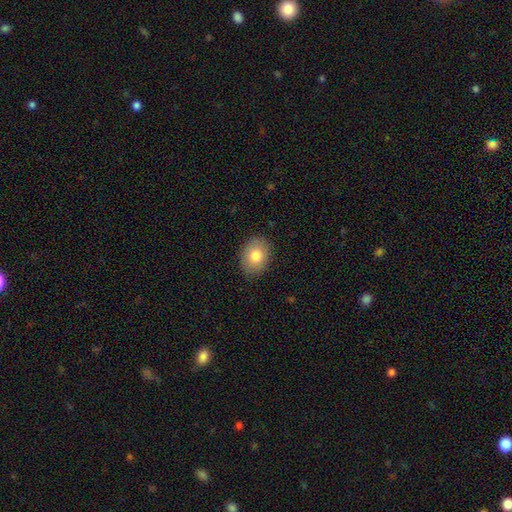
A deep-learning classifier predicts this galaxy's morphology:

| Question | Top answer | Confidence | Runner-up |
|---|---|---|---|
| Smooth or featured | smooth | 81% | featured or disk (12%) |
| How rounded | in between | 63% | round (36%) |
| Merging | none | 87% | minor disturbance (9%) |